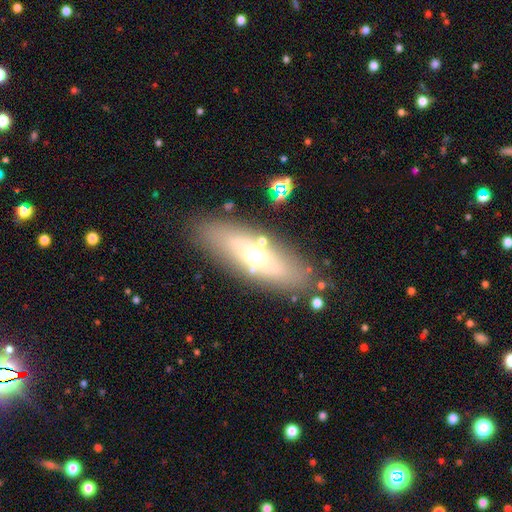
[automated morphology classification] Smooth or featured?
  - featured or disk: 47% *
  - smooth: 44%
  - star or artifact: 10%
Merging?
  - none: 80% *
  - minor disturbance: 11%
  - merger: 4%
  - major disturbance: 4%